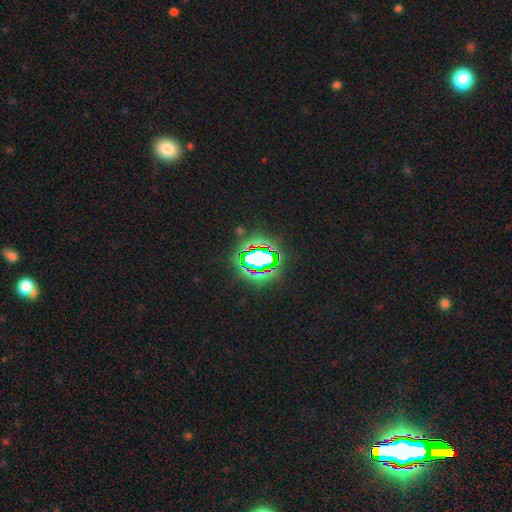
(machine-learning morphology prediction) The model was most divided on "smooth or featured": star or artifact: 64%, smooth: 21%, featured or disk: 15%.